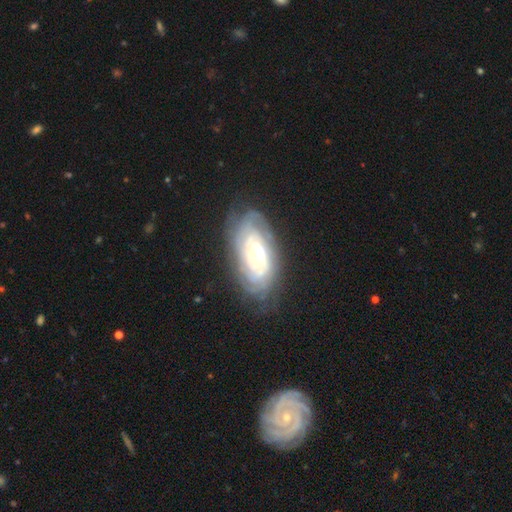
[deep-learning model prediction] smooth_or_featured: featured or disk (p=0.83) [alt: smooth p=0.12]
disk_edge_on: no (p=0.94) [alt: yes p=0.06]
bar: no (p=0.75) [alt: weak p=0.18]
has_spiral_arms: yes (p=0.93) [alt: no p=0.07]
spiral_winding: tight (p=0.80) [alt: medium p=0.16]
spiral_arm_count: can't tell (p=0.48) [alt: 2 p=0.18]
bulge_size: moderate (p=0.67) [alt: small p=0.20]
merging: none (p=0.74) [alt: minor disturbance p=0.18]